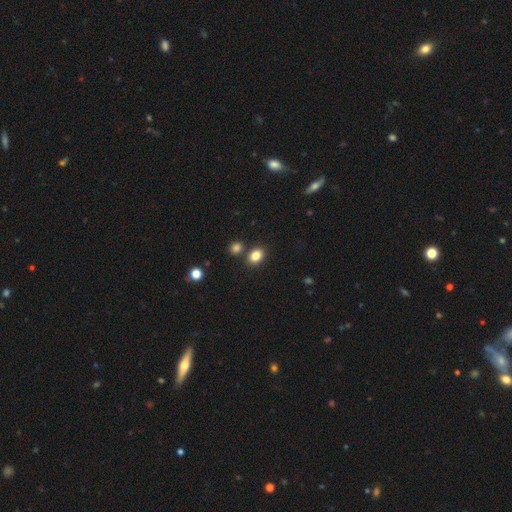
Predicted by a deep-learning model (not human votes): Morphology: type=smooth (84%); roundness=in between (64%); merging=none (76%).